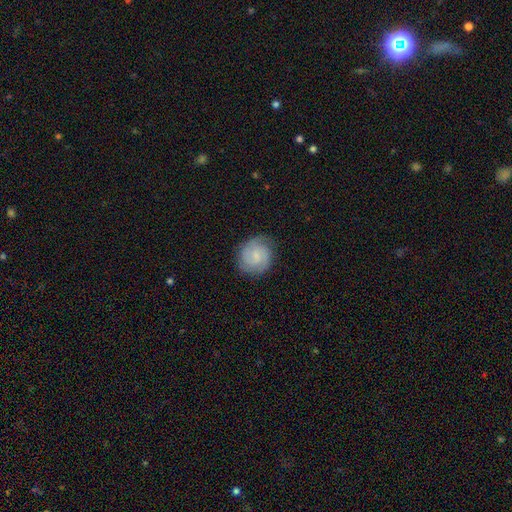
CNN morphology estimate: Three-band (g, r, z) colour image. It shows a featured or disk galaxy (58%) with no bar (55%), 2 (54%) tight (53%) spiral arms (93%) and a small central bulge (64%). Merging: none (80%).